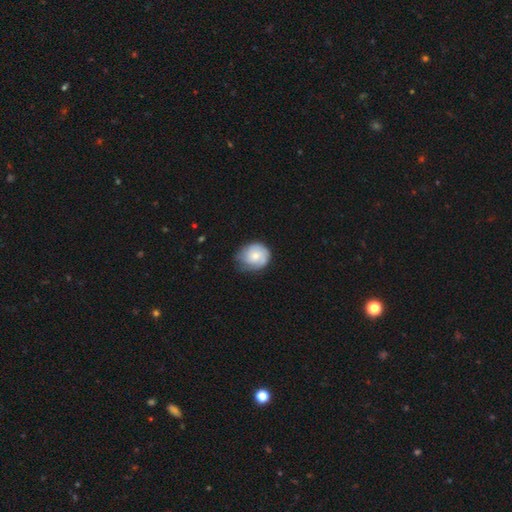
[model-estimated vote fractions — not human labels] Morphology: type=smooth (53%); roundness=round (71%); merging=none (61%).